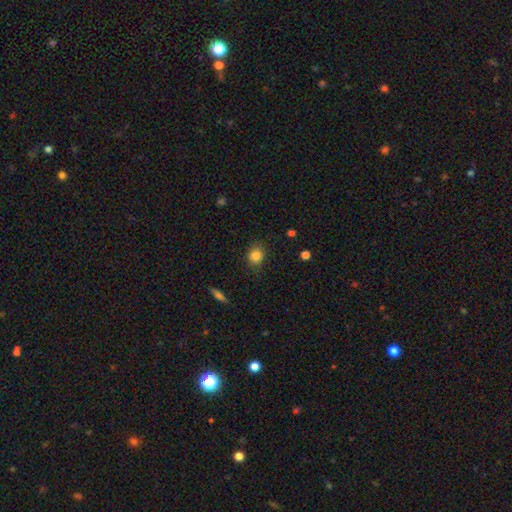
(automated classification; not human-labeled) smooth-or-featured: smooth: 84% | star or artifact: 11% | featured or disk: 6%
  how-rounded: round: 75% | in between: 24% | cigar-shaped: 1%
  merging: none: 83% | minor disturbance: 13% | major disturbance: 3% | merger: 1%